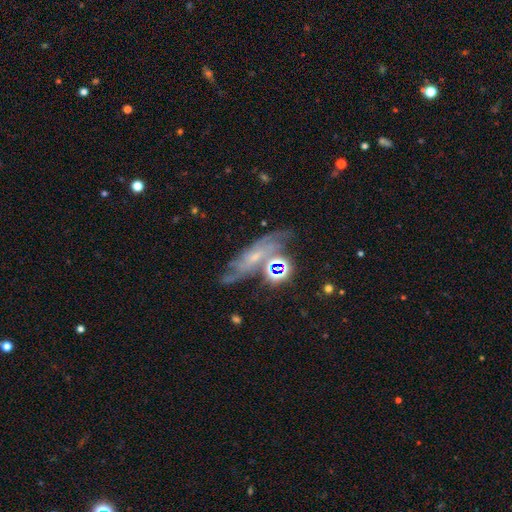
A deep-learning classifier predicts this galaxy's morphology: Smooth or featured?
  - featured or disk: 63% *
  - star or artifact: 22%
  - smooth: 15%
Edge-on disk?
  - no: 82% *
  - yes: 18%
Bar?
  - no: 57% *
  - weak: 30%
  - strong: 13%
Spiral arms?
  - yes: 84% *
  - no: 16%
Bulge size?
  - small: 70% *
  - moderate: 20%
  - none: 7%
  - large: 2%
  - dominant: 2%
Merging?
  - none: 52% *
  - minor disturbance: 18%
  - merger: 16%
  - major disturbance: 14%